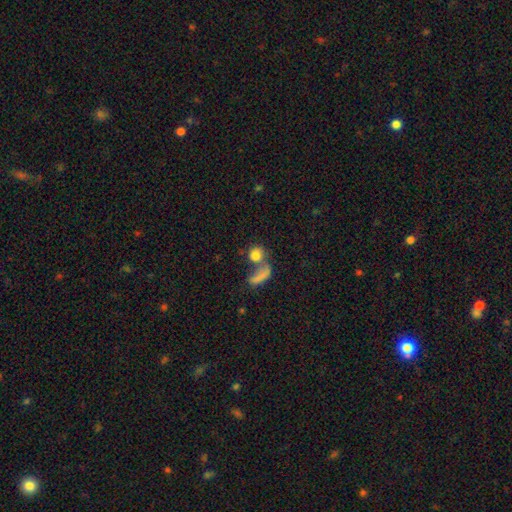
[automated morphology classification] Smooth or featured? smooth (77%)
How rounded? round (65%)
Merging? merger (44%)